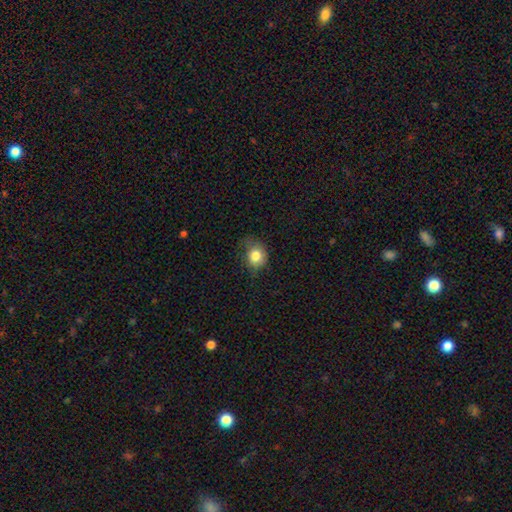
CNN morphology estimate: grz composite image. It shows a smooth galaxy with no disk features (81%) that is round (66%). Merging: none (56%).